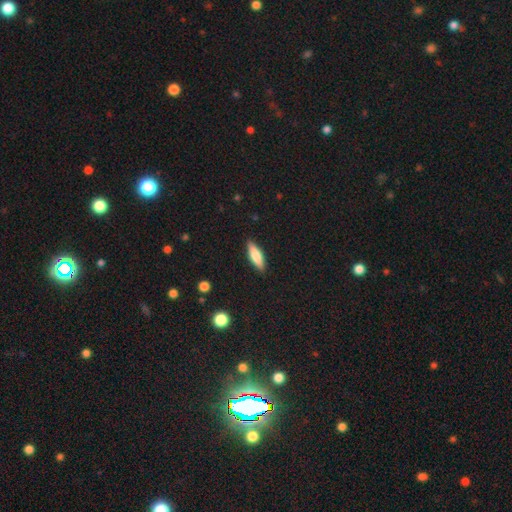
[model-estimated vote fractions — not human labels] Overall: smooth (71%). How rounded: cigar-shaped (50%; in between 47%). Merging: none (88%).